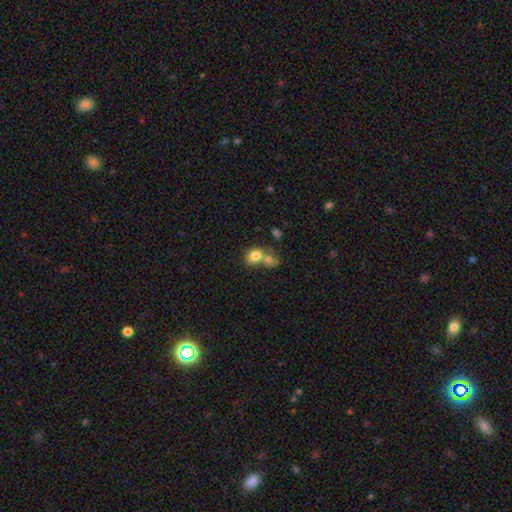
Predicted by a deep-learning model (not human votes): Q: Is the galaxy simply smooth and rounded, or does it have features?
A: smooth — 78%.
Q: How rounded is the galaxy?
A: in between — 56%.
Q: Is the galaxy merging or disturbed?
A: merger — 58%.